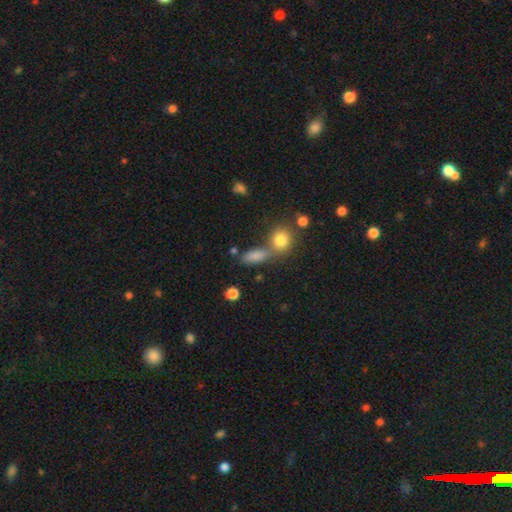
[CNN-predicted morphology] This is likely a smooth galaxy (79%). How rounded: likely in between (71%). Merging: possibly none (51%).